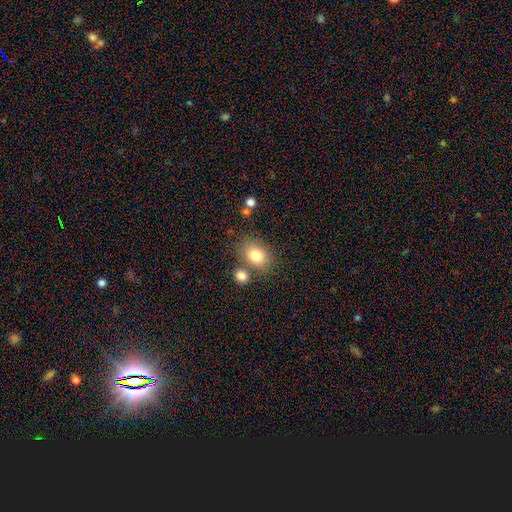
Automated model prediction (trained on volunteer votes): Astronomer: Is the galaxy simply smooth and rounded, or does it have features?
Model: smooth — 80%.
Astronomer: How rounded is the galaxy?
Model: in between — 60% (runner-up: round, 39%).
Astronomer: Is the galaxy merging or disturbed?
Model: none — 67%.